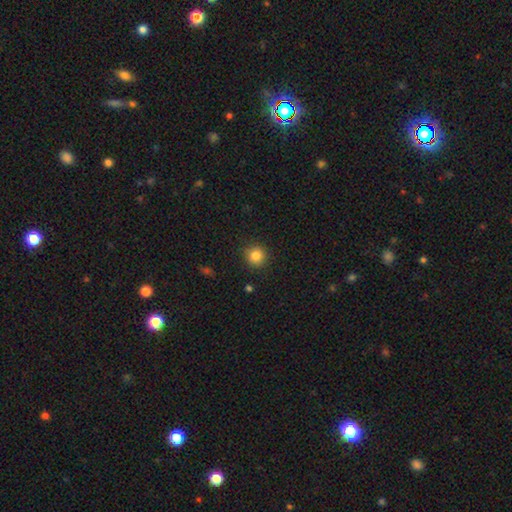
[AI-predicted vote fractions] Smooth or featured? smooth (84%)
How rounded? round (93%)
Merging? none (90%)